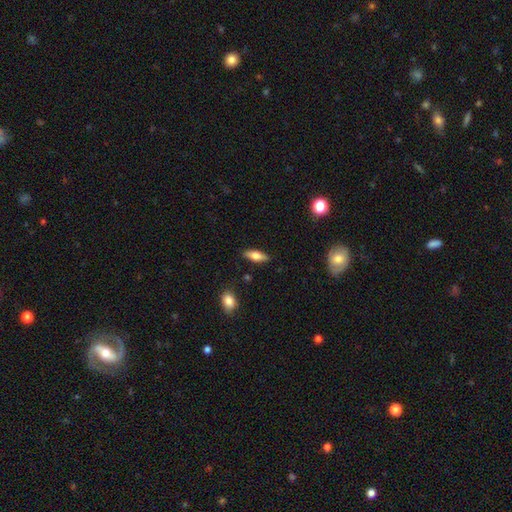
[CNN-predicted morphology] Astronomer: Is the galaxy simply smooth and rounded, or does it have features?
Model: smooth — 69%.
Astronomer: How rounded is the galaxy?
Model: in between — 66%.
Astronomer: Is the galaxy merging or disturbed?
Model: none — 87%.